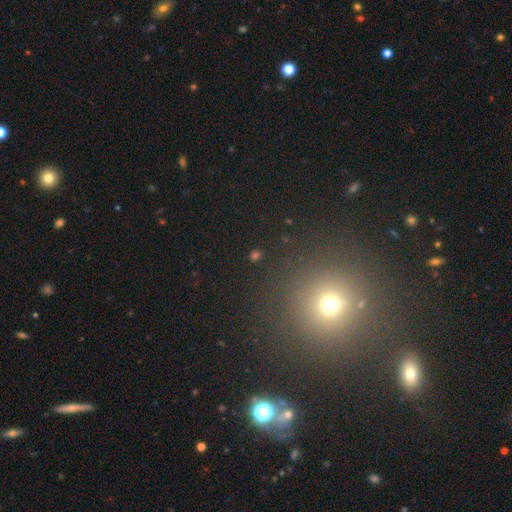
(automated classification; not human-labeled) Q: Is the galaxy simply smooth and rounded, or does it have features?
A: smooth — 47%.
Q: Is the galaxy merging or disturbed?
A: none — 86%.